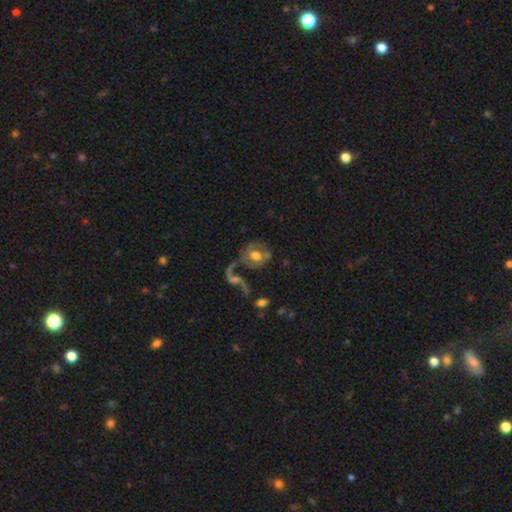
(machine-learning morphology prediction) featured or disk 62%, smooth 31%, star or artifact 8%. Down the decision tree: edge-on disk — no (96%); bar — no (60%); spiral arms — yes (62%); bulge size — moderate (58%); merging — none (42%).